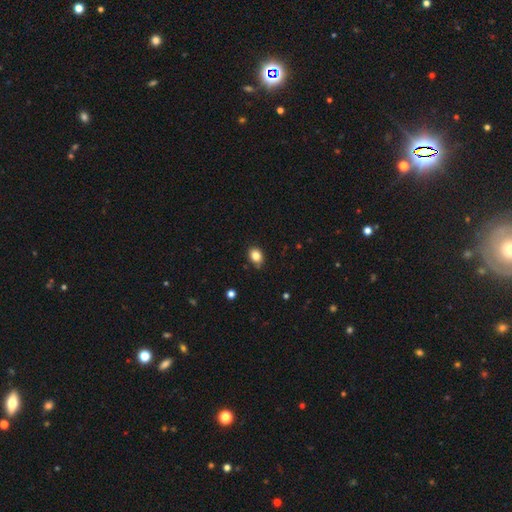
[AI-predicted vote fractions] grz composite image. It shows a smooth galaxy with no disk features (84%) that is in between round and cigar-shaped (59%). Merging: none (81%).